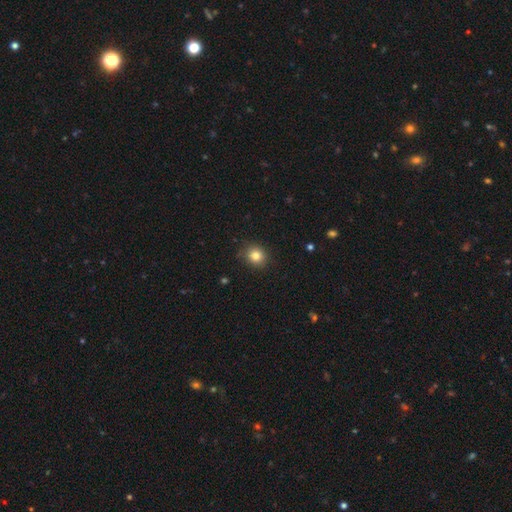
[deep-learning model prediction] Q: Smooth or featured?
A: smooth (82%); runner-up: star or artifact (12%)
Q: How rounded?
A: round (79%); runner-up: in between (20%)
Q: Merging?
A: none (85%); runner-up: minor disturbance (12%)